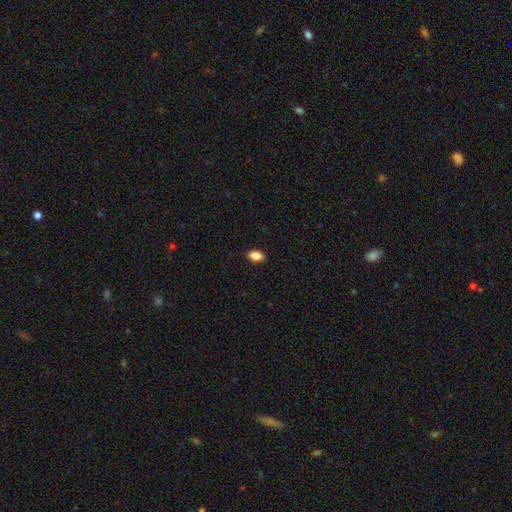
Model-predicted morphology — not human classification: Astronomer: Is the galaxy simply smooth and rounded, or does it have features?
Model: smooth — 85%.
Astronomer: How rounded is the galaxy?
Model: in between — 89%.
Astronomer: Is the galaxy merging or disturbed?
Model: none — 90%.